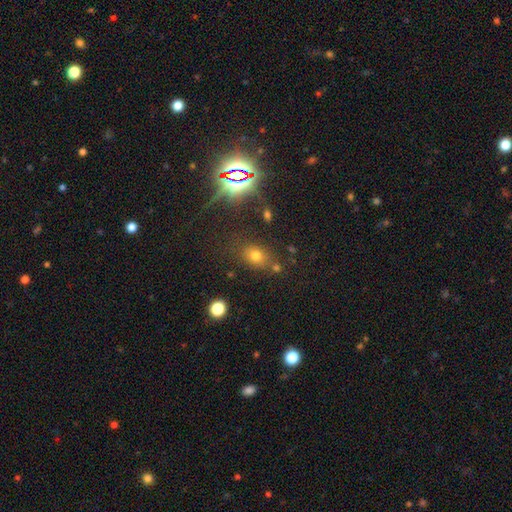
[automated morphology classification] Smooth or featured: smooth — 61% (star or artifact — 28%)
How rounded: in between — 56% (round — 42%)
Merging: none — 74% (minor disturbance — 13%)